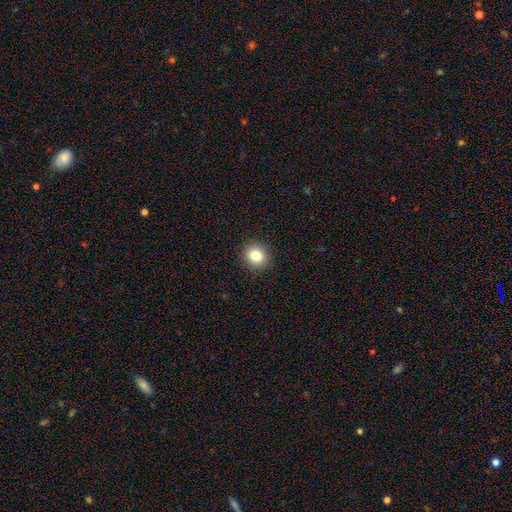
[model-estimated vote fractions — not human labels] Smooth or featured?
  - smooth: 82% *
  - star or artifact: 11%
  - featured or disk: 7%
How rounded?
  - round: 82% *
  - in between: 17%
  - cigar-shaped: 1%
Merging?
  - none: 92% *
  - minor disturbance: 6%
  - major disturbance: 2%
  - merger: 1%